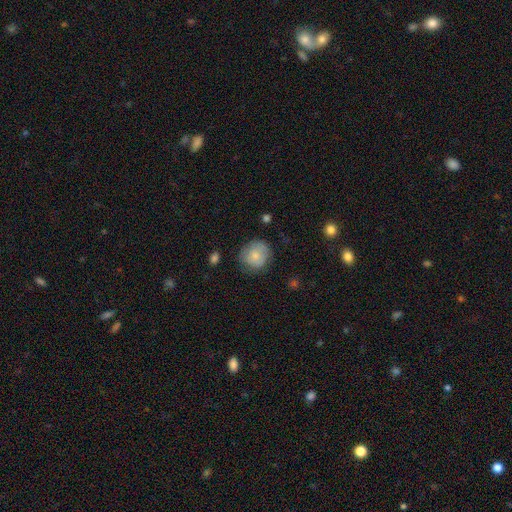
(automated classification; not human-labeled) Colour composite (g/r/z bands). It shows a smooth galaxy with no disk features (76%) that is round (83%). Merging: none (71%).